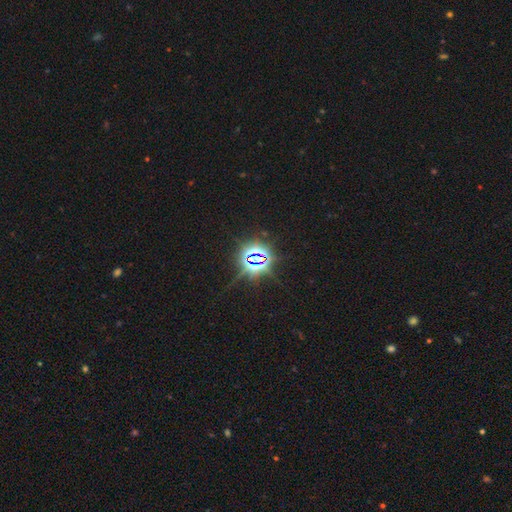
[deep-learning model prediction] A star or artifact, not a galaxy (83%).

Vote fractions:
- Smooth or featured? star or artifact: 83% / smooth: 9% / featured or disk: 8%